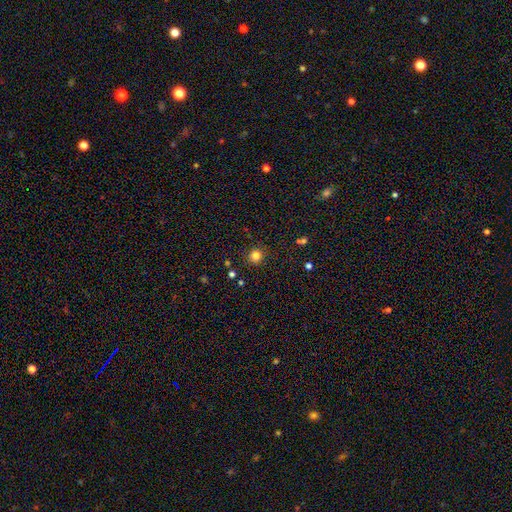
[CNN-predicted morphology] smooth-or-featured: smooth: 81% | star or artifact: 14% | featured or disk: 5%
  how-rounded: round: 93% | in between: 6% | cigar-shaped: 1%
  merging: none: 90% | minor disturbance: 6% | major disturbance: 2% | merger: 2%